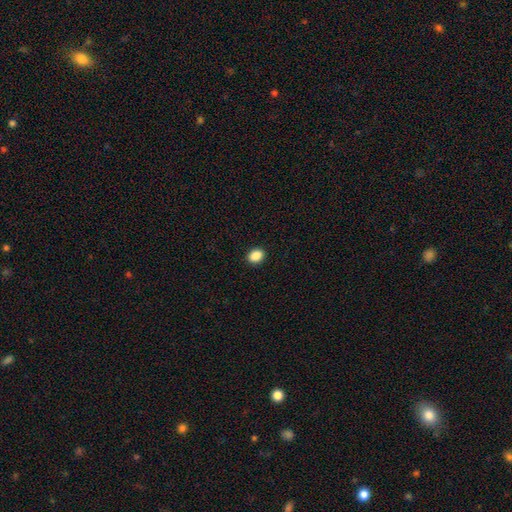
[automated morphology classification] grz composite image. It shows a smooth galaxy with no disk features (89%) that is in between round and cigar-shaped (53%). Merging: none (92%).